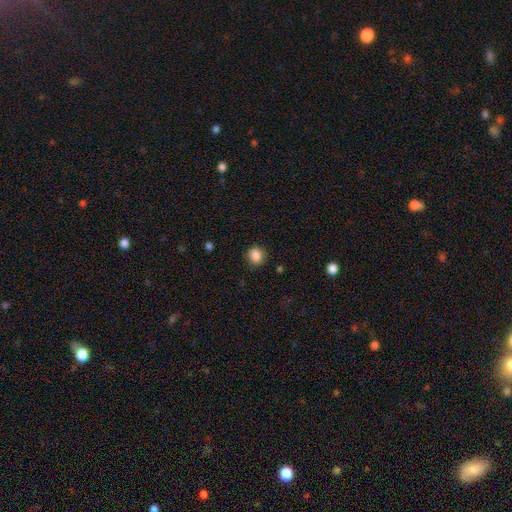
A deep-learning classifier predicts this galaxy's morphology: Q: Smooth or featured?
A: smooth (86%); runner-up: star or artifact (10%)
Q: How rounded?
A: round (70%); runner-up: in between (29%)
Q: Merging?
A: none (86%); runner-up: minor disturbance (10%)